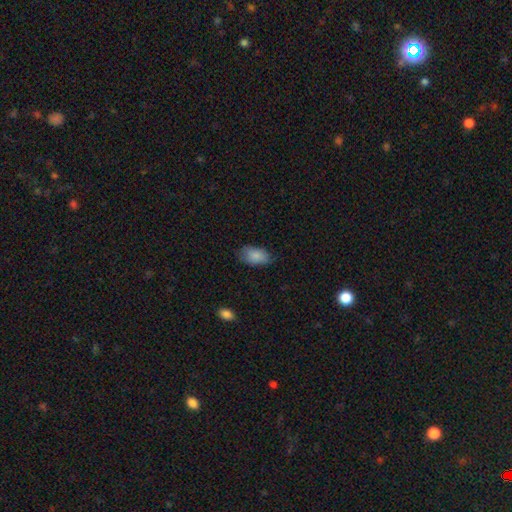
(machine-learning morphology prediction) Smooth or featured?
  - smooth: 86% *
  - featured or disk: 8%
  - star or artifact: 7%
How rounded?
  - in between: 92% *
  - round: 6%
  - cigar-shaped: 2%
Merging?
  - none: 72% *
  - minor disturbance: 22%
  - major disturbance: 5%
  - merger: 1%